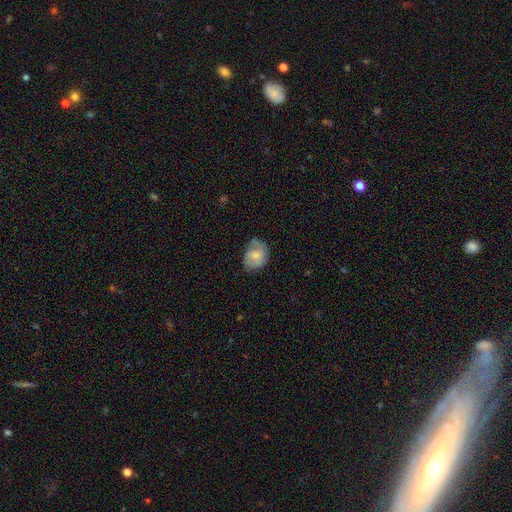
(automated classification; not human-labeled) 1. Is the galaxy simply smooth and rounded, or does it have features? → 66% smooth, 27% featured or disk, 7% star or artifact.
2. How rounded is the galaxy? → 51% in between, 48% round, 1% cigar-shaped.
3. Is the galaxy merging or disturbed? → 51% none, 35% minor disturbance, 12% major disturbance, 2% merger.